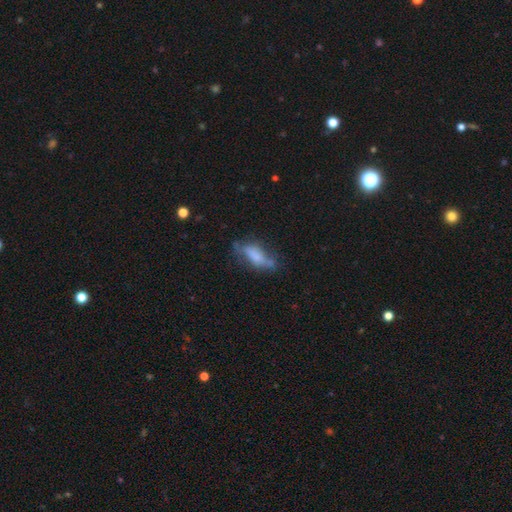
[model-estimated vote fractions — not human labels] A smooth galaxy with no disk features (58%) that is in between round and cigar-shaped (58%).

Vote fractions:
- Smooth or featured? smooth: 58% / featured or disk: 33% / star or artifact: 9%
- How rounded? in between: 58% / cigar-shaped: 39% / round: 3%
- Merging? none: 49% / minor disturbance: 29% / major disturbance: 17% / merger: 5%